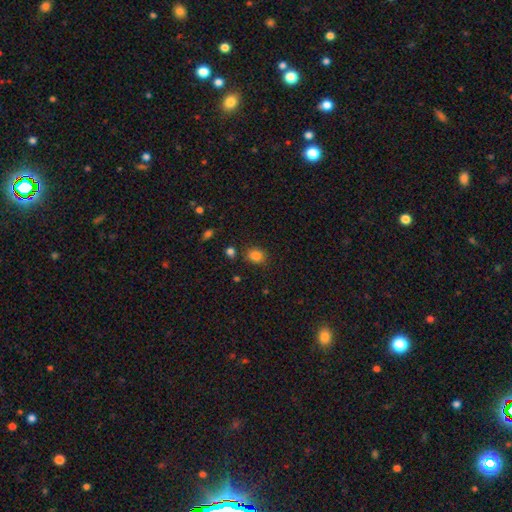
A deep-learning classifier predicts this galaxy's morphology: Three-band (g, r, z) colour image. It shows a smooth galaxy with no disk features (84%) that is round (55%). Merging: none (80%).